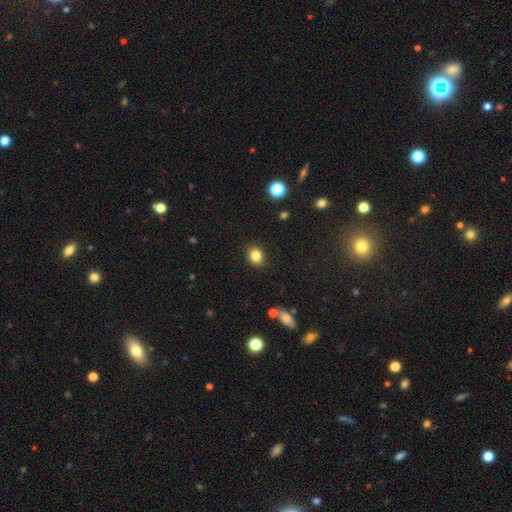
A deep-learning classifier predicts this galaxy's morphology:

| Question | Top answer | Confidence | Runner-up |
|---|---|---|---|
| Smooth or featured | smooth | 84% | star or artifact (11%) |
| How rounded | round | 56% | in between (43%) |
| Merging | none | 89% | minor disturbance (8%) |